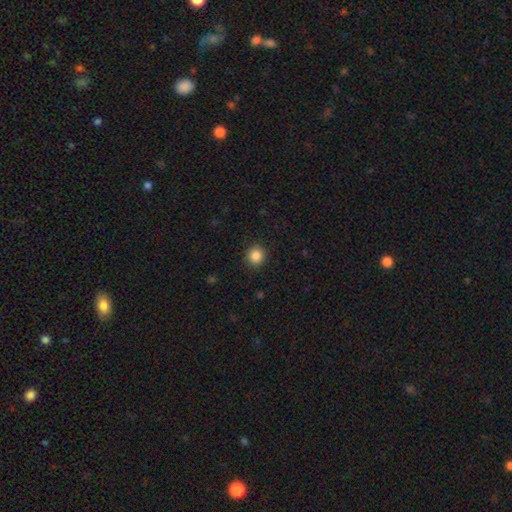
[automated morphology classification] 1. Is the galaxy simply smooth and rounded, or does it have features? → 86% smooth, 10% star or artifact, 4% featured or disk.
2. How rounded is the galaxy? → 90% round, 9% in between, 1% cigar-shaped.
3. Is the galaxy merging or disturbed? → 91% none, 6% minor disturbance, 2% major disturbance, 1% merger.